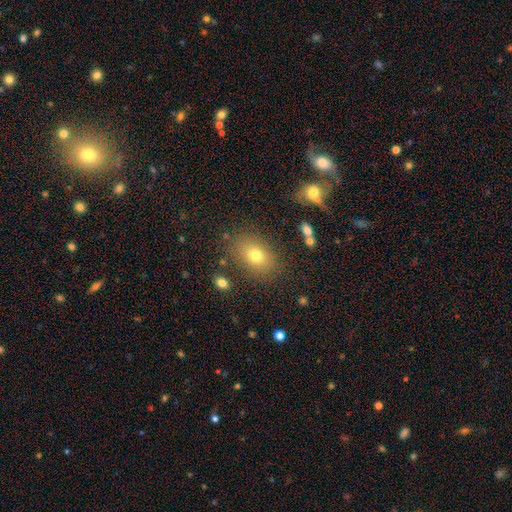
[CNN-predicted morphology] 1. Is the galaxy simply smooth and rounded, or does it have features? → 74% smooth, 13% star or artifact, 13% featured or disk.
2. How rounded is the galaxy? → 70% in between, 28% round, 1% cigar-shaped.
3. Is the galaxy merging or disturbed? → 82% none, 11% minor disturbance, 4% major disturbance, 3% merger.